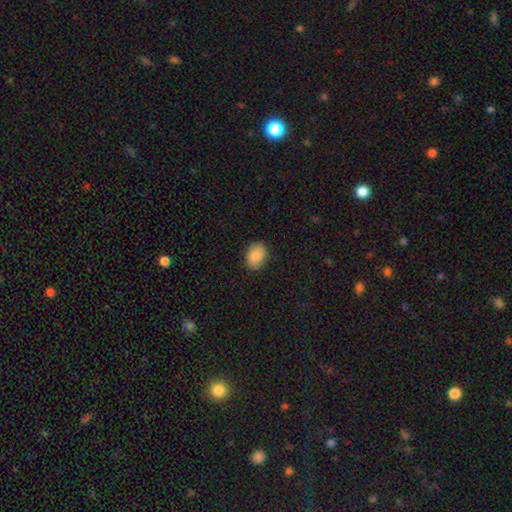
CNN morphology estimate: A smooth galaxy with no disk features (86%) that is in between round and cigar-shaped (70%). Merging: none (82%).